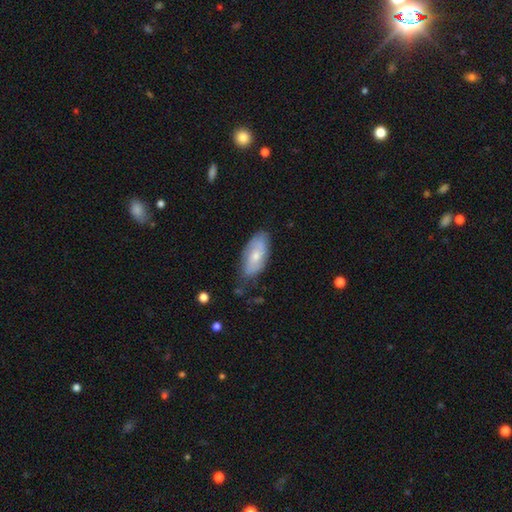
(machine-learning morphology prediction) type=smooth (57%); roundness=in between (89%); merging=none (67%).